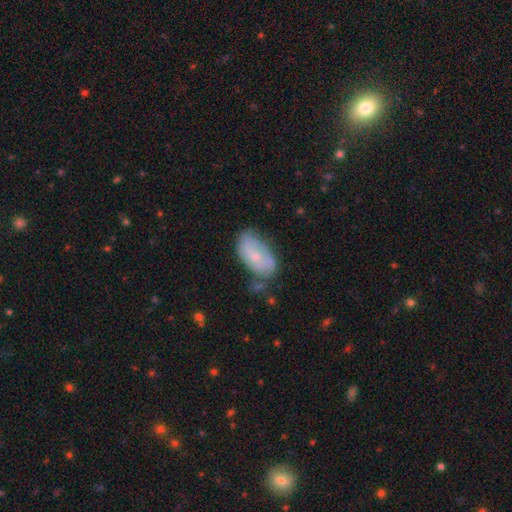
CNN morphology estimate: Smooth or featured: featured or disk — 50% (smooth — 43%)
Edge-on disk: no — 94% (yes — 6%)
Merging: none — 56% (minor disturbance — 30%)